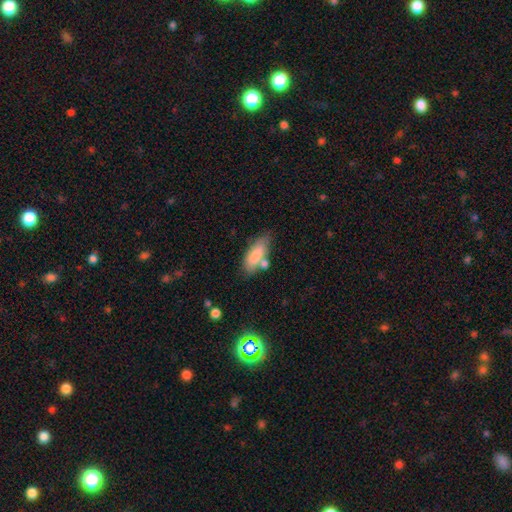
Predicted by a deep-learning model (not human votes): A smooth galaxy with no disk features (80%) that is in between round and cigar-shaped (77%).

Vote fractions:
- Smooth or featured? smooth: 80% / featured or disk: 14% / star or artifact: 6%
- How rounded? in between: 77% / cigar-shaped: 21% / round: 2%
- Merging? none: 59% / minor disturbance: 20% / merger: 16% / major disturbance: 6%